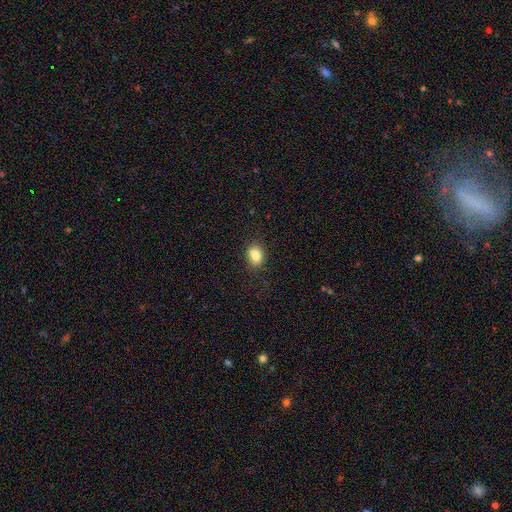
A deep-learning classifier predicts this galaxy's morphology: A smooth galaxy with no disk features (83%) that is in between round and cigar-shaped (64%).

Vote fractions:
- Smooth or featured? smooth: 83% / star or artifact: 10% / featured or disk: 7%
- How rounded? in between: 64% / round: 34% / cigar-shaped: 2%
- Merging? none: 75% / minor disturbance: 18% / major disturbance: 5% / merger: 3%